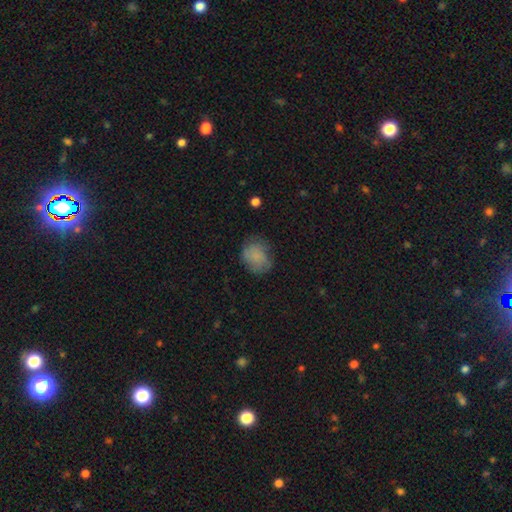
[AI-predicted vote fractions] A smooth galaxy with no disk features (76%) that is round (57%).

Vote fractions:
- Smooth or featured? smooth: 76% / featured or disk: 15% / star or artifact: 9%
- How rounded? round: 57% / in between: 42% / cigar-shaped: 1%
- Merging? none: 61% / minor disturbance: 27% / major disturbance: 11% / merger: 1%